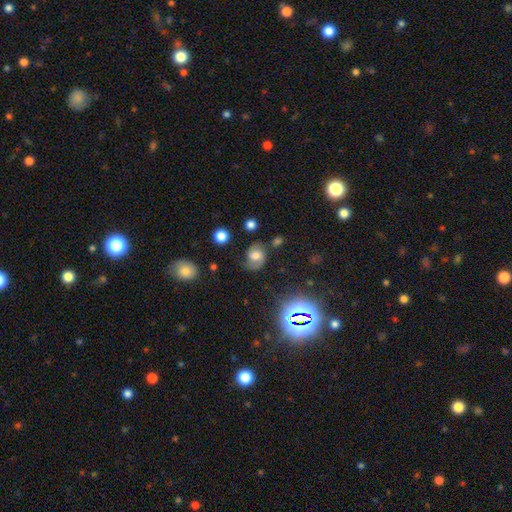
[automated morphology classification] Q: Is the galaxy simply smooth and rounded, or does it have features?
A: featured or disk — 46%.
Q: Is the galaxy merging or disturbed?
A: none — 63%.